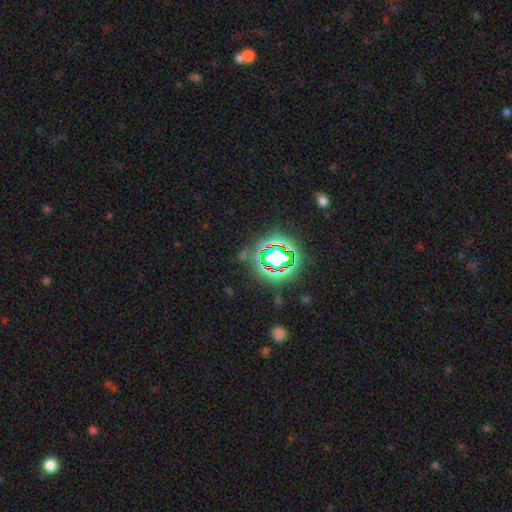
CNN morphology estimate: Smooth or featured: star or artifact — 78% (smooth — 13%)